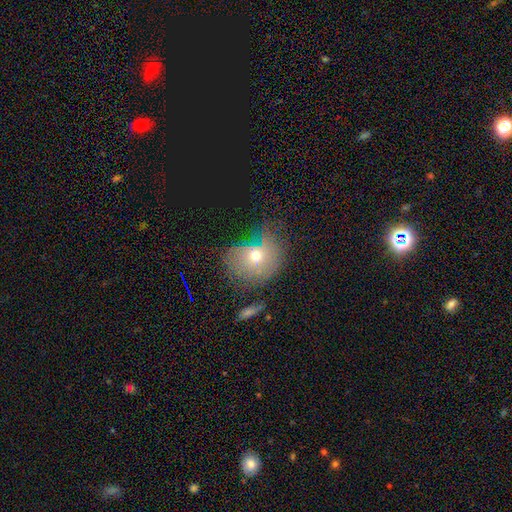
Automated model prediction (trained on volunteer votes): A smooth galaxy with no disk features (55%) that is round (57%). Merging: none (50%).